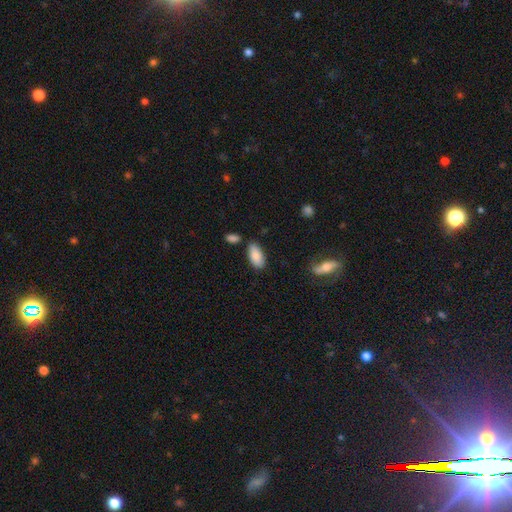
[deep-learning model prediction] Smooth or featured?
  - smooth: 86% *
  - featured or disk: 7%
  - star or artifact: 6%
How rounded?
  - in between: 93% *
  - cigar-shaped: 5%
  - round: 2%
Merging?
  - none: 76% *
  - minor disturbance: 15%
  - merger: 6%
  - major disturbance: 3%